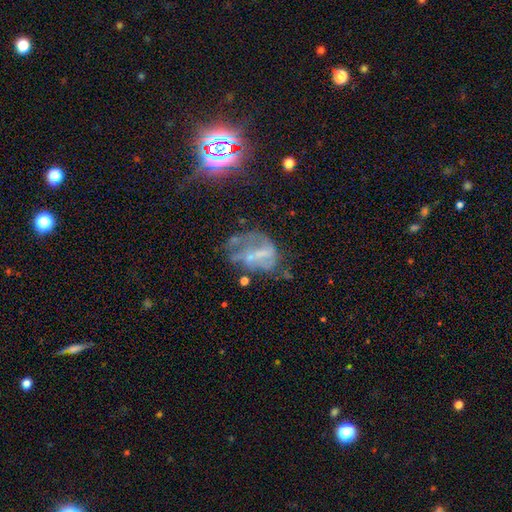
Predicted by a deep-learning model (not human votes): smooth-or-featured: featured or disk: 60% | smooth: 21% | star or artifact: 20%
  disk-edge-on: no: 97% | yes: 3%
    bar: no: 52% | weak: 32% | strong: 17%
    has-spiral-arms: no: 62% | yes: 38%
    bulge-size: none: 50% | small: 32% | moderate: 15% | large: 2% | dominant: 1%
  merging: major disturbance: 37% | none: 32% | minor disturbance: 21% | merger: 10%